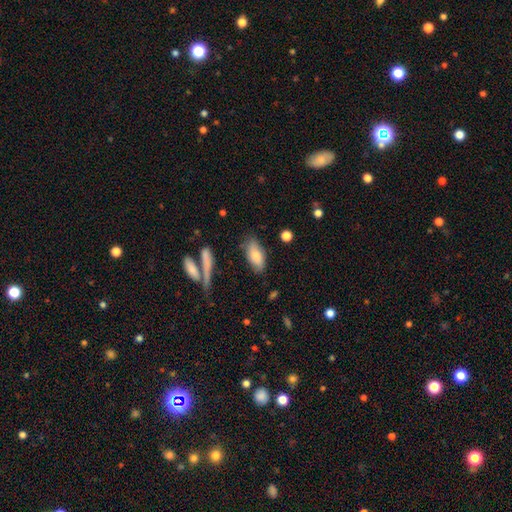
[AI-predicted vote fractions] Smooth or featured: smooth — 77% (featured or disk — 17%)
How rounded: in between — 87% (cigar-shaped — 10%)
Merging: none — 72% (minor disturbance — 18%)